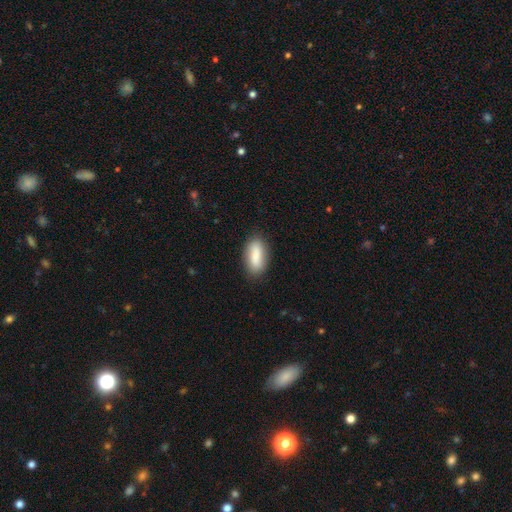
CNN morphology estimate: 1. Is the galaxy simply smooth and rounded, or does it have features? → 78% smooth, 15% featured or disk, 6% star or artifact.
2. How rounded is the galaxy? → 83% in between, 14% cigar-shaped, 3% round.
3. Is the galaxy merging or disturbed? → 85% none, 11% minor disturbance, 3% major disturbance, 1% merger.